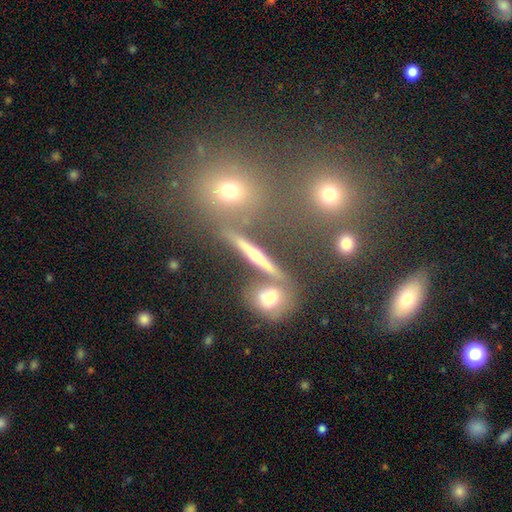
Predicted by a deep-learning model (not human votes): A smooth galaxy with no disk features (37%). Merging: none (68%).